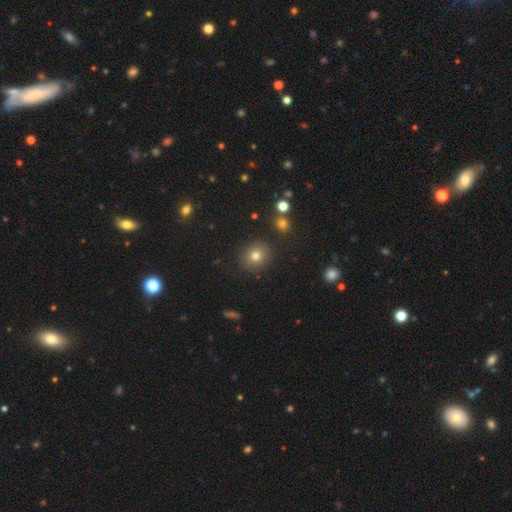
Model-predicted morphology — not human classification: smooth_or_featured: smooth (p=0.76) [alt: star or artifact p=0.15]
how_rounded: round (p=0.81) [alt: in between p=0.18]
merging: none (p=0.87) [alt: minor disturbance p=0.08]